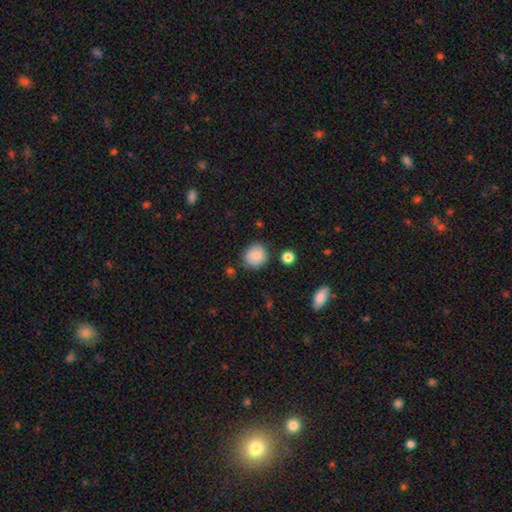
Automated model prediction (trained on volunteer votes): Smooth or featured: smooth — 87% (star or artifact — 8%)
How rounded: round — 81% (in between — 18%)
Merging: none — 81% (minor disturbance — 12%)